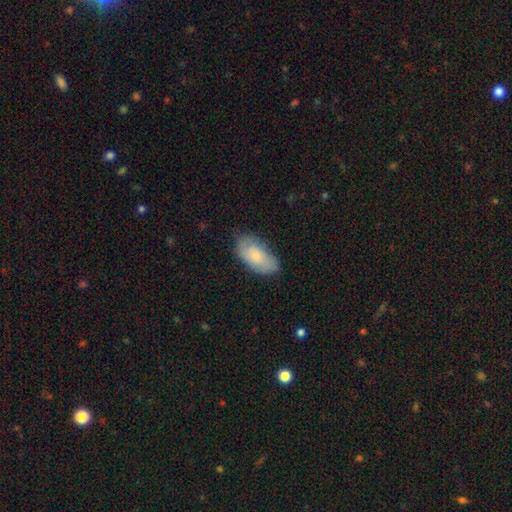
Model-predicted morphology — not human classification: smooth 75%, featured or disk 19%, star or artifact 6%. Down the decision tree: how rounded — in between (92%); merging — none (69%).